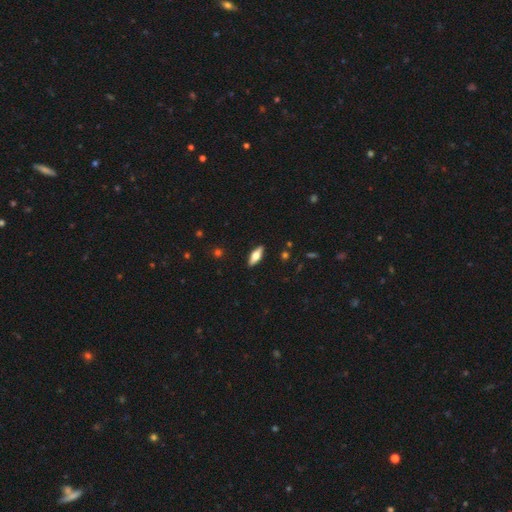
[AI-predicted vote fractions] Q: Smooth or featured?
A: smooth (53%); runner-up: featured or disk (41%)
Q: How rounded?
A: in between (63%); runner-up: cigar-shaped (35%)
Q: Merging?
A: none (89%); runner-up: minor disturbance (8%)